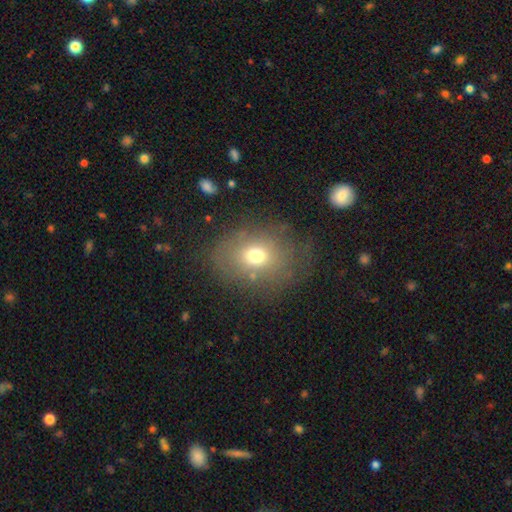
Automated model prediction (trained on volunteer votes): Overall: smooth (66%). How rounded: in between (52%; round 47%). Merging: none (68%).